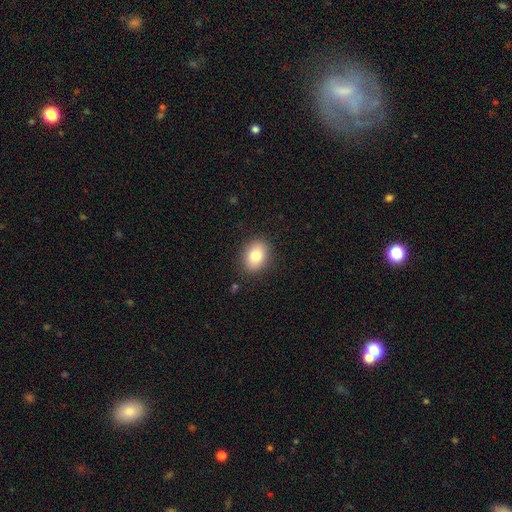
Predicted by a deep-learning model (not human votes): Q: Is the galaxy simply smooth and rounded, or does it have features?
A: smooth — 80%.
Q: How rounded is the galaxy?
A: in between — 63%.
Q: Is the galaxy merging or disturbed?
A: none — 88%.